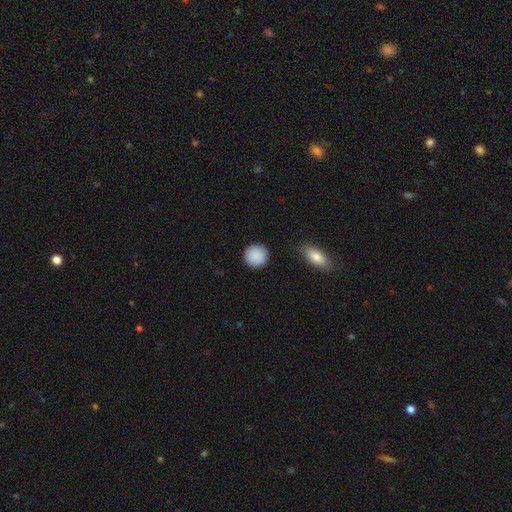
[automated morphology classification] type=smooth (90%); roundness=round (93%); merging=none (89%).